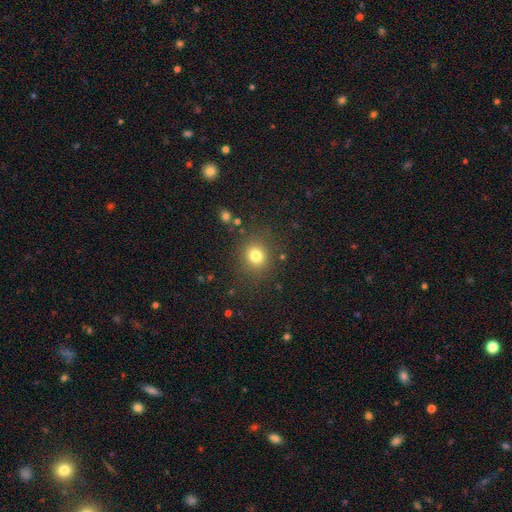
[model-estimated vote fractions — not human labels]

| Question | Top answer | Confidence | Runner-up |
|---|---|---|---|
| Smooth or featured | smooth | 79% | star or artifact (14%) |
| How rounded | round | 83% | in between (16%) |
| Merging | none | 85% | minor disturbance (9%) |